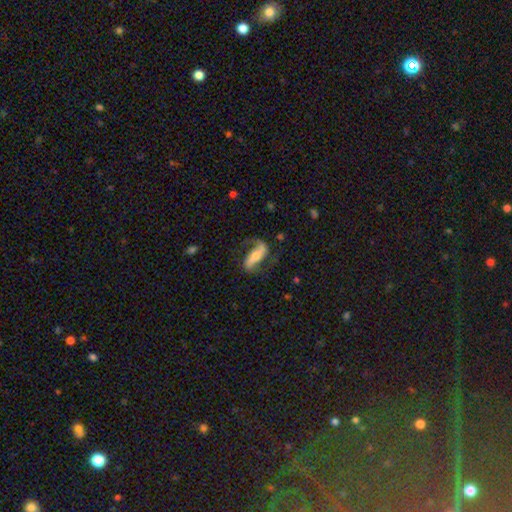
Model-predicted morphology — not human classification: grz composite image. It shows a featured or disk galaxy (73%) with a strong bar (55%), 2 (86%) loose (61%) spiral arms (90%) and a moderate central bulge (46%). Merging: none (67%).